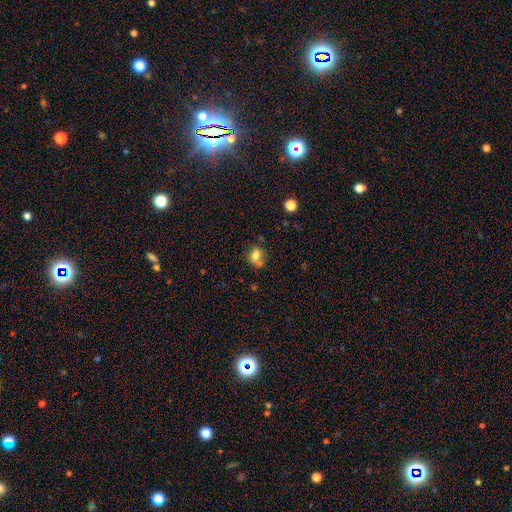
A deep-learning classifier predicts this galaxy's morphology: A smooth galaxy with no disk features (73%) that is in between round and cigar-shaped (50%).

Vote fractions:
- Smooth or featured? smooth: 73% / featured or disk: 15% / star or artifact: 12%
- How rounded? in between: 50% / round: 49% / cigar-shaped: 1%
- Merging? none: 47% / merger: 22% / minor disturbance: 22% / major disturbance: 9%